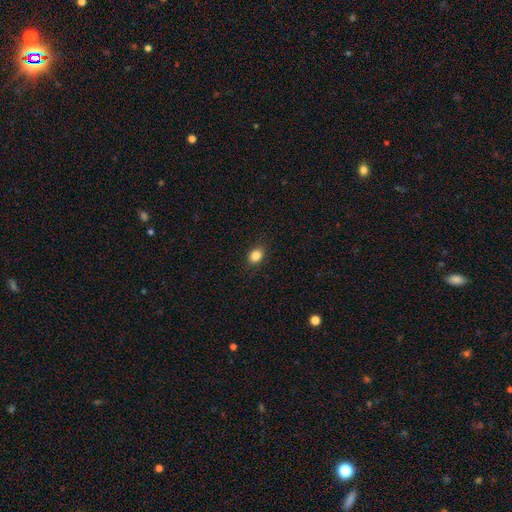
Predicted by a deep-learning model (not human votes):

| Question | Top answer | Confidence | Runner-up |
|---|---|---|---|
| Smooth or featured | smooth | 85% | star or artifact (10%) |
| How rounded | in between | 52% | round (47%) |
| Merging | none | 88% | minor disturbance (9%) |